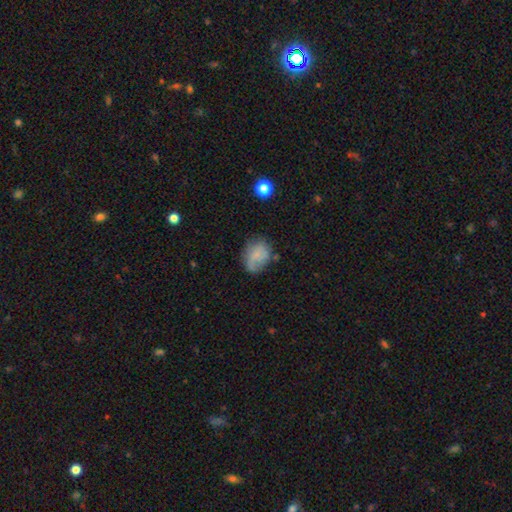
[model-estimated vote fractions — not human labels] A smooth galaxy with no disk features (63%) that is in between round and cigar-shaped (63%).

Vote fractions:
- Smooth or featured? smooth: 63% / featured or disk: 27% / star or artifact: 10%
- How rounded? in between: 63% / round: 36% / cigar-shaped: 1%
- Merging? none: 53% / minor disturbance: 29% / major disturbance: 14% / merger: 3%